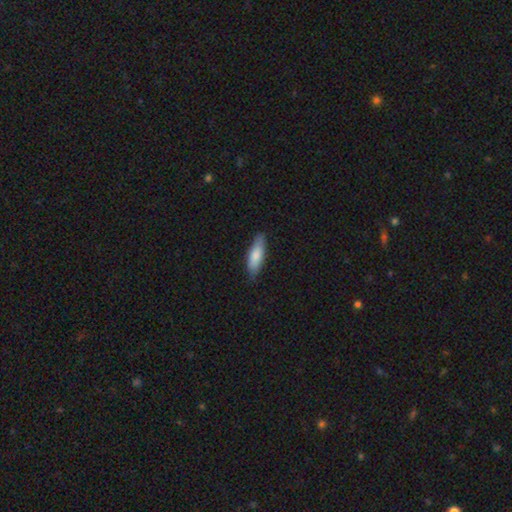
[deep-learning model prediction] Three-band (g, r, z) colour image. It shows a smooth galaxy with no disk features (80%) that is cigar-shaped (50%). Merging: none (82%).